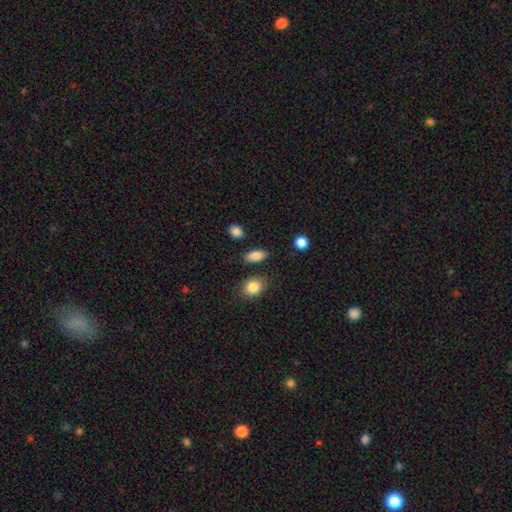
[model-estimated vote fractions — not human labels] Overall: smooth (86%). How rounded: in between (84%). Merging: none (84%).